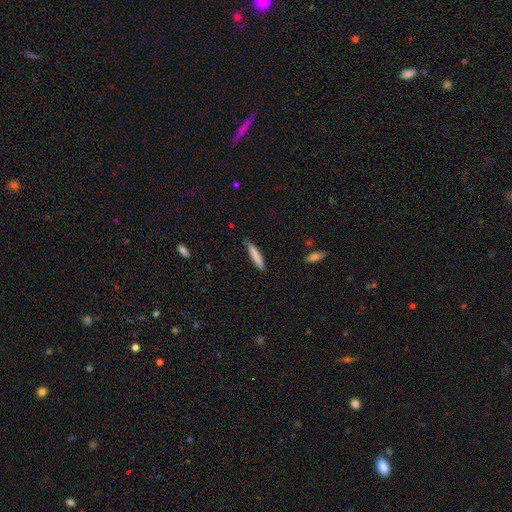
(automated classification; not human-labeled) smooth-or-featured: smooth: 82% | featured or disk: 12% | star or artifact: 6%
  how-rounded: cigar-shaped: 88% | in between: 11% | round: 1%
  merging: none: 83% | minor disturbance: 14% | major disturbance: 2% | merger: 2%